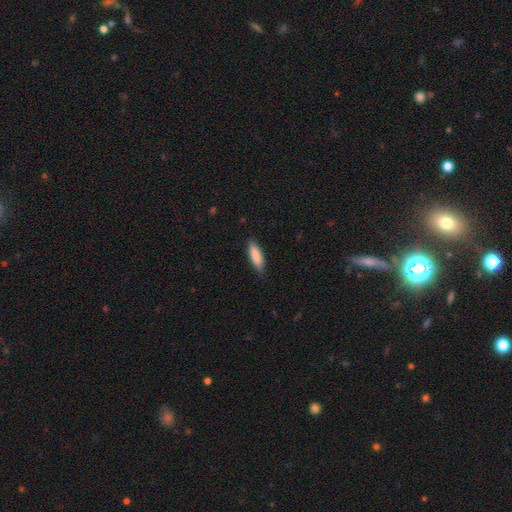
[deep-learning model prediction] smooth-or-featured: smooth: 85% | featured or disk: 9% | star or artifact: 5%
  how-rounded: cigar-shaped: 53% | in between: 46% | round: 2%
  merging: none: 85% | minor disturbance: 12% | major disturbance: 2% | merger: 1%